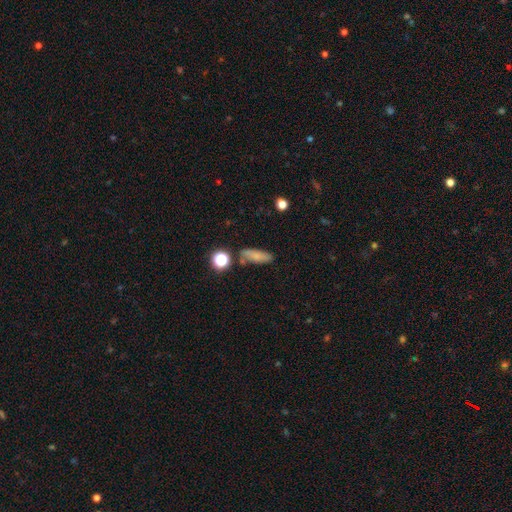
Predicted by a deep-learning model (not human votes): A smooth galaxy with no disk features (74%) that is in between round and cigar-shaped (51%). Merging: none (69%).